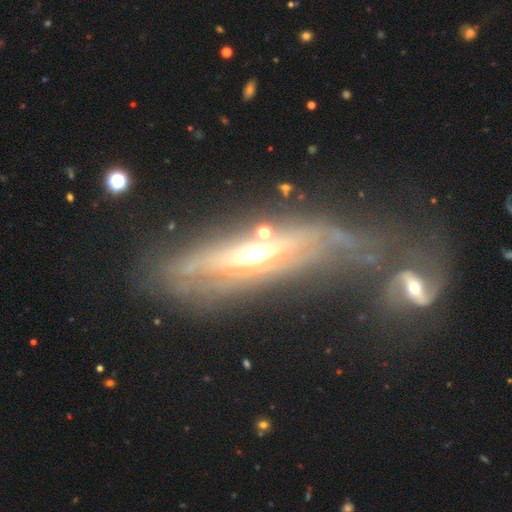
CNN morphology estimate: smooth_or_featured: featured or disk (p=0.78) [alt: smooth p=0.15]
disk_edge_on: yes (p=0.58) [alt: no p=0.42]
merging: none (p=0.38) [alt: merger p=0.22]